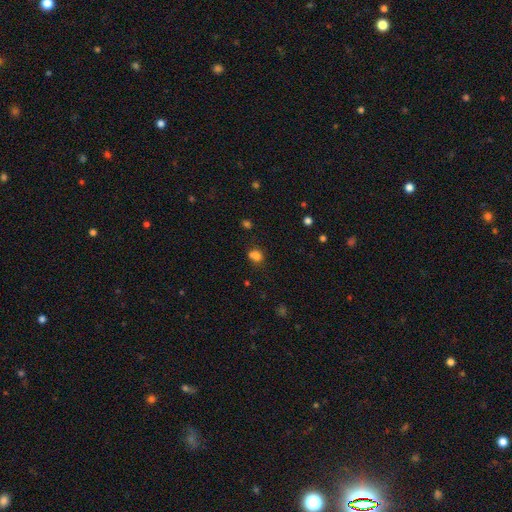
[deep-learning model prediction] Smooth or featured: smooth — 75% (star or artifact — 16%)
How rounded: round — 67% (in between — 32%)
Merging: none — 44% (merger — 37%)